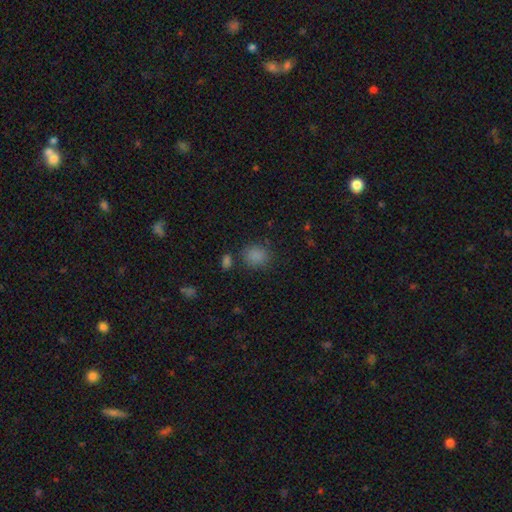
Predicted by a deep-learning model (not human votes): Morphology: type=smooth (82%); roundness=round (69%); merging=none (74%).